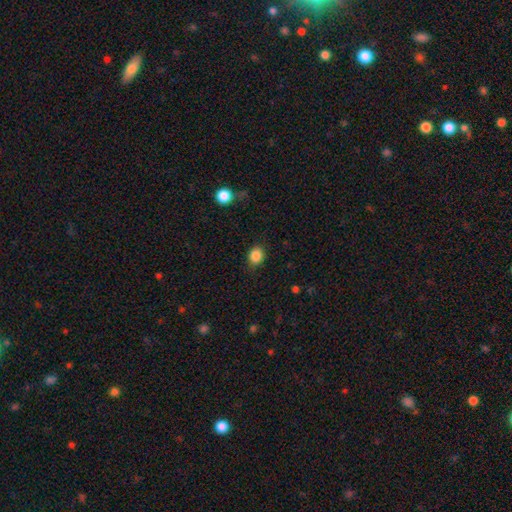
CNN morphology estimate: Smooth or featured: smooth — 86% (star or artifact — 10%)
How rounded: round — 63% (in between — 36%)
Merging: none — 86% (minor disturbance — 10%)